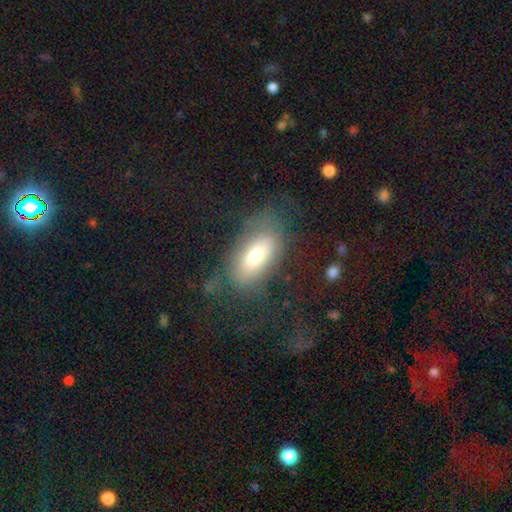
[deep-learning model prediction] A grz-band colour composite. It shows a smooth galaxy with no disk features (68%) that is in between round and cigar-shaped (89%). Merging: none (59%).